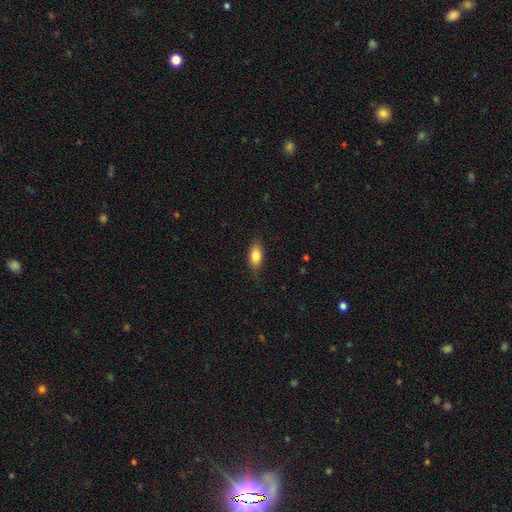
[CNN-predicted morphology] Q: Smooth or featured?
A: smooth (82%); runner-up: featured or disk (10%)
Q: How rounded?
A: in between (85%); runner-up: cigar-shaped (10%)
Q: Merging?
A: none (81%); runner-up: minor disturbance (15%)